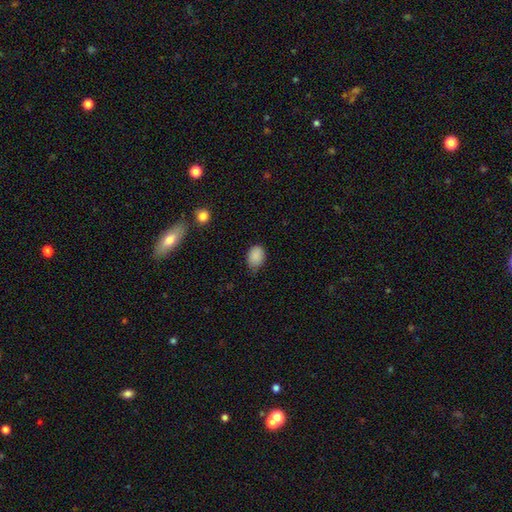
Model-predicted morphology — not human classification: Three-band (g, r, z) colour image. It shows a smooth galaxy with no disk features (87%) that is in between round and cigar-shaped (68%). Merging: none (64%).